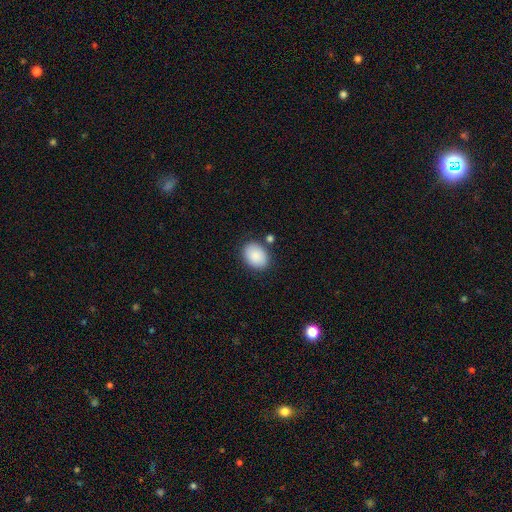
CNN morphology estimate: smooth 89%, star or artifact 7%, featured or disk 5%. Down the decision tree: how rounded — in between (73%); merging — none (81%).